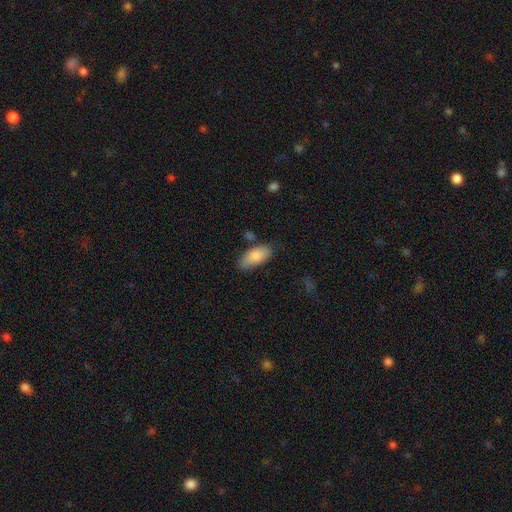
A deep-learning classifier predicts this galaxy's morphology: This is clearly a smooth galaxy (85%). How rounded: clearly in between (89%). Merging: likely none (70%).